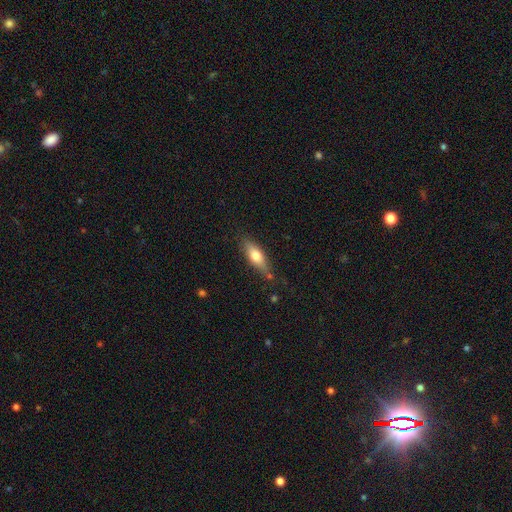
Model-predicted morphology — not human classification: The model was most divided on "how rounded": in between: 58%, cigar-shaped: 39%, round: 3%. More confident: merging — none (73%); smooth or featured — smooth (66%).